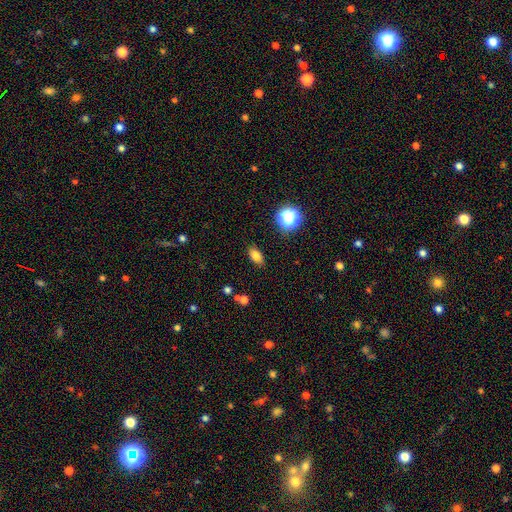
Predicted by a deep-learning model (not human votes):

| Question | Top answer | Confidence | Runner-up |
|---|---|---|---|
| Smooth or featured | smooth | 79% | star or artifact (13%) |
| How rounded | in between | 85% | round (11%) |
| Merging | none | 86% | minor disturbance (9%) |